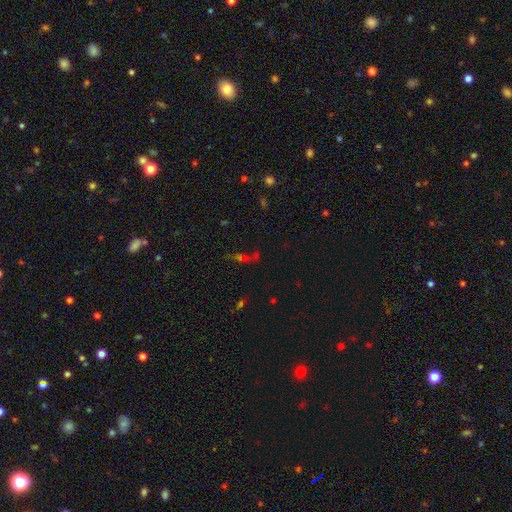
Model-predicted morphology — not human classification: Overall: star or artifact (42%; smooth 36%).